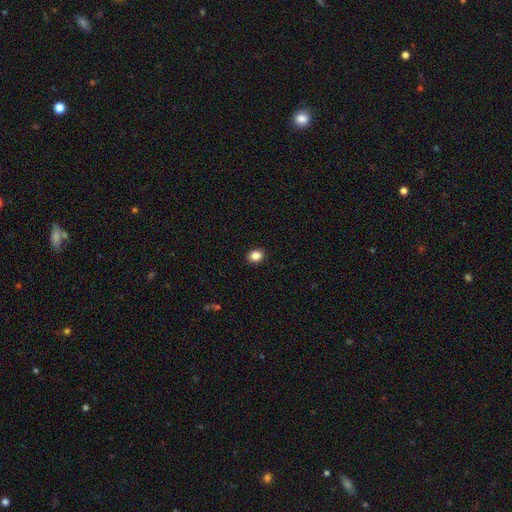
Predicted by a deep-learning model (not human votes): The model was most divided on "how rounded": round: 57%, in between: 42%, cigar-shaped: 1%. More confident: merging — none (91%); smooth or featured — smooth (86%).